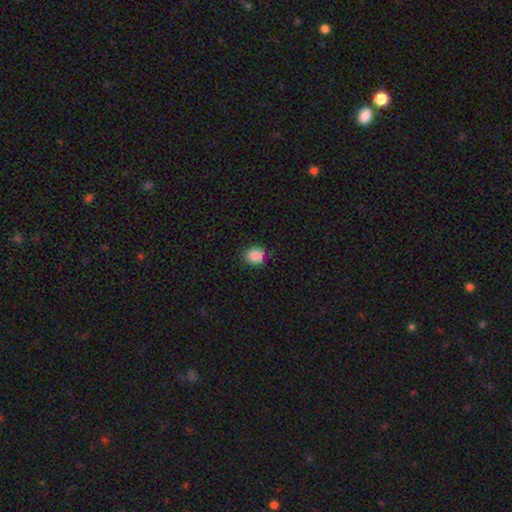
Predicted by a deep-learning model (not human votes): The model was most divided on "how rounded": round: 79%, in between: 20%, cigar-shaped: 1%. More confident: smooth or featured — smooth (87%); merging — none (84%).